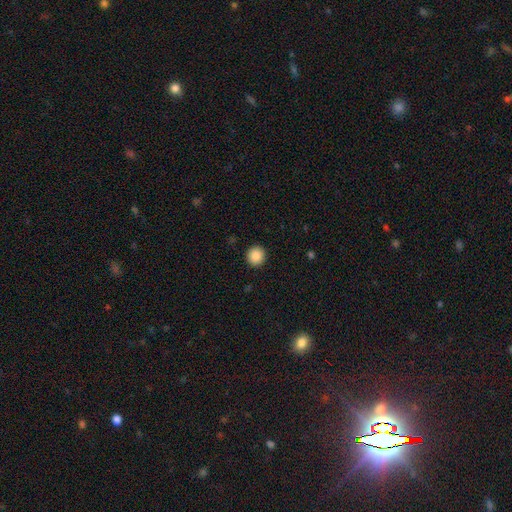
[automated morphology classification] type=smooth (88%); roundness=round (93%); merging=none (93%).